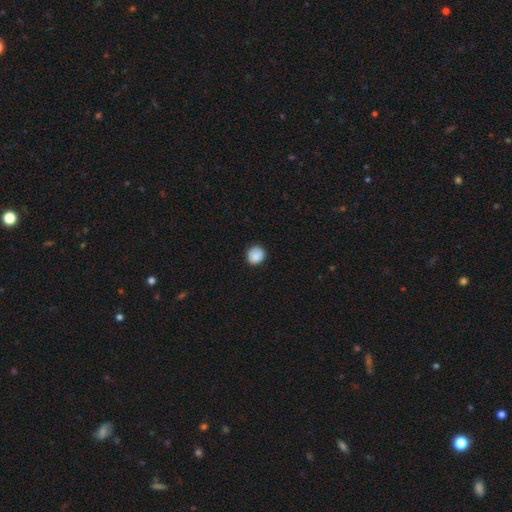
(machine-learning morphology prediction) smooth-or-featured: smooth: 87% | star or artifact: 8% | featured or disk: 5%
  how-rounded: round: 88% | in between: 11% | cigar-shaped: 1%
  merging: none: 86% | minor disturbance: 11% | major disturbance: 2% | merger: 1%